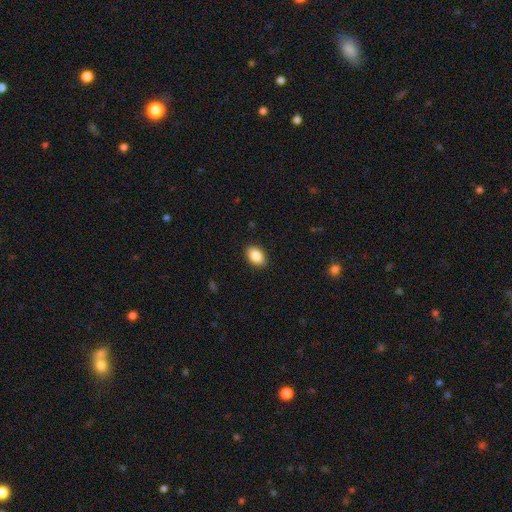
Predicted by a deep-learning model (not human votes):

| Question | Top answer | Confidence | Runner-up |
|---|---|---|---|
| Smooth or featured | smooth | 86% | star or artifact (7%) |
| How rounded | in between | 87% | round (12%) |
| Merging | none | 89% | minor disturbance (8%) |